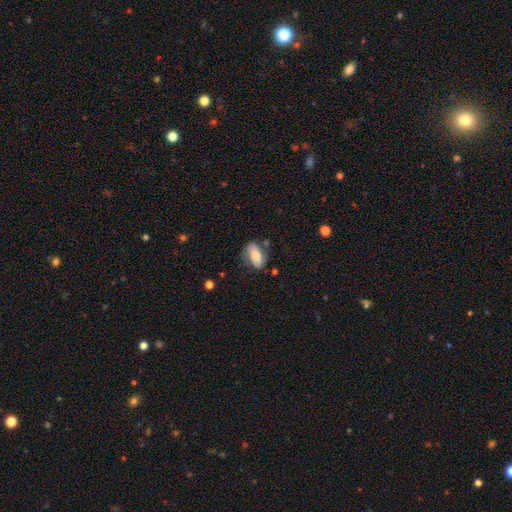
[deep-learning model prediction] smooth-or-featured: smooth: 71% | featured or disk: 22% | star or artifact: 7%
  how-rounded: in between: 88% | cigar-shaped: 7% | round: 5%
  merging: none: 63% | minor disturbance: 24% | major disturbance: 9% | merger: 5%